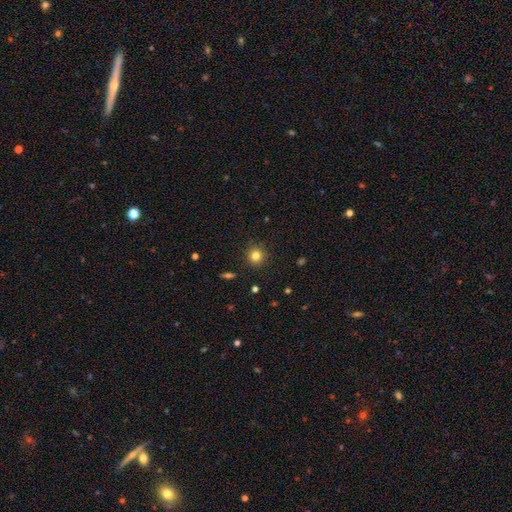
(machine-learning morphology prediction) smooth_or_featured: smooth (p=0.81) [alt: star or artifact p=0.12]
how_rounded: round (p=0.94) [alt: in between p=0.05]
merging: none (p=0.91) [alt: minor disturbance p=0.06]